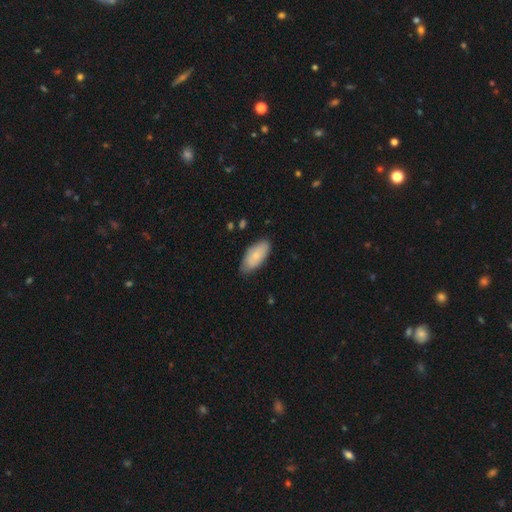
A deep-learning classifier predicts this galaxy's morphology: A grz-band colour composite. It shows a smooth galaxy with no disk features (76%) that is in between round and cigar-shaped (90%). Merging: none (79%).